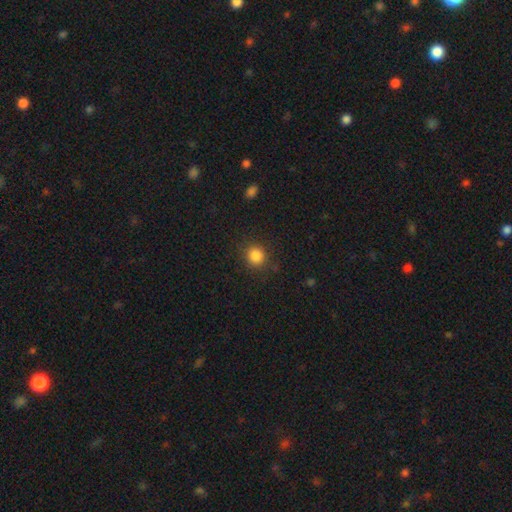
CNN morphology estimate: The model was most divided on "smooth or featured": smooth: 85%, star or artifact: 11%, featured or disk: 4%. More confident: how rounded — round (90%); merging — none (87%).